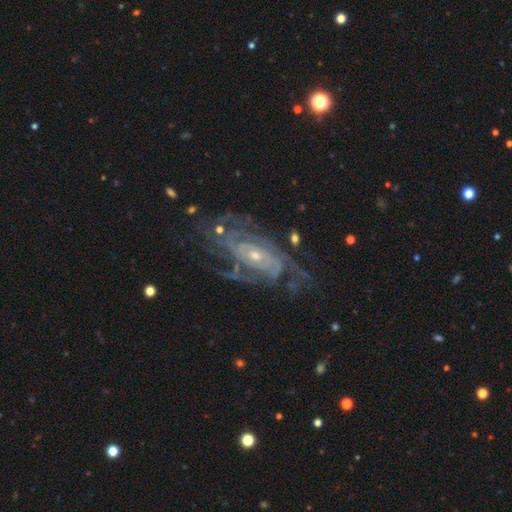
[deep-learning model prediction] The model was most divided on "spiral arm count": can't tell: 35%, 2: 20%, 3: 16%, 4: 15%, more than 4: 8%, 1: 6%. More confident: spiral arms — yes (94%); edge-on disk — no (94%); smooth or featured — featured or disk (87%); bulge size — small (71%); merging — none (68%); bar — no (61%); spiral winding — tight (57%).